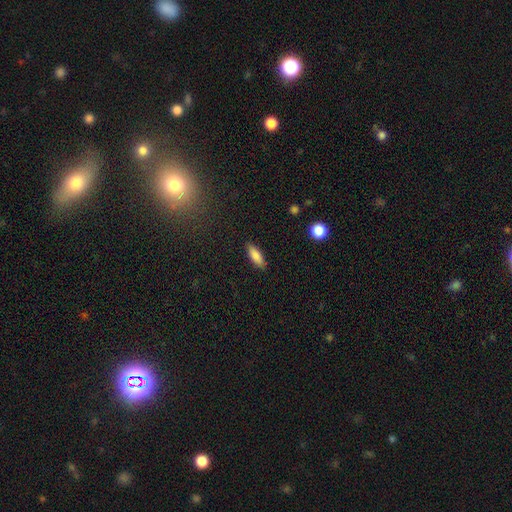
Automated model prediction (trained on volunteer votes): Smooth or featured: smooth — 85% (featured or disk — 8%)
How rounded: in between — 64% (cigar-shaped — 34%)
Merging: none — 87% (minor disturbance — 9%)